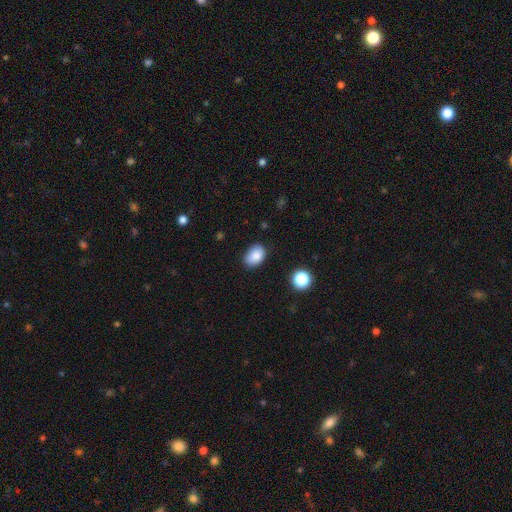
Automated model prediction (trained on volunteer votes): smooth_or_featured: smooth (p=0.86) [alt: star or artifact p=0.09]
how_rounded: in between (p=0.79) [alt: round p=0.20]
merging: none (p=0.75) [alt: minor disturbance p=0.20]